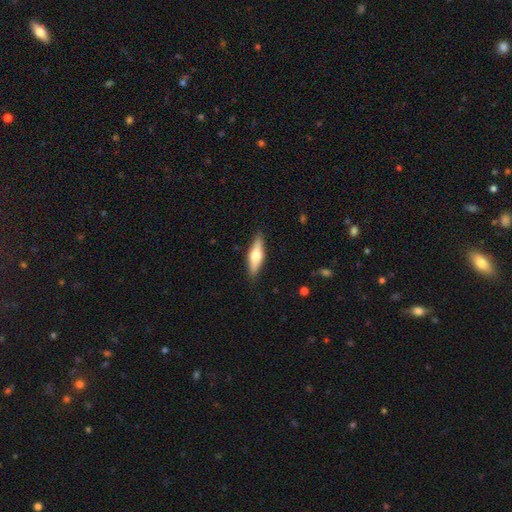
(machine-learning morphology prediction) type=smooth (47%, tied with featured or disk); merging=none (87%).